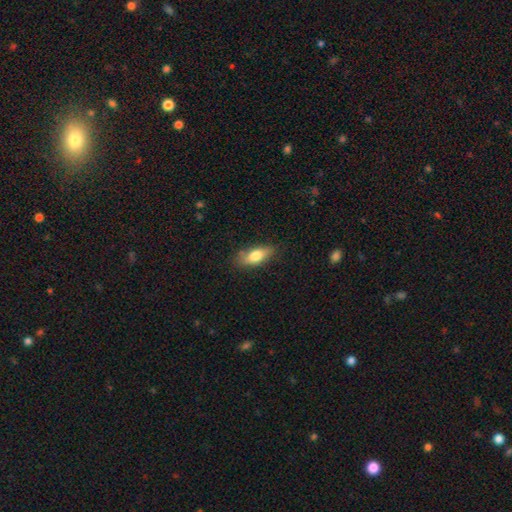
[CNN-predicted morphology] A smooth galaxy with no disk features (77%) that is in between round and cigar-shaped (76%). Merging: none (79%).